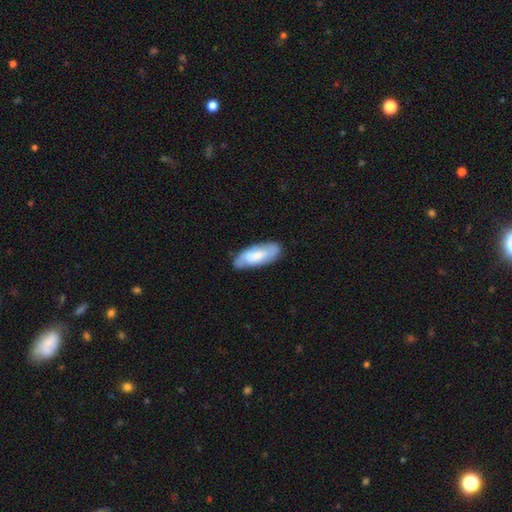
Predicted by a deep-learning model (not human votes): Smooth or featured? smooth (53%)
How rounded? in between (76%)
Merging? none (70%)